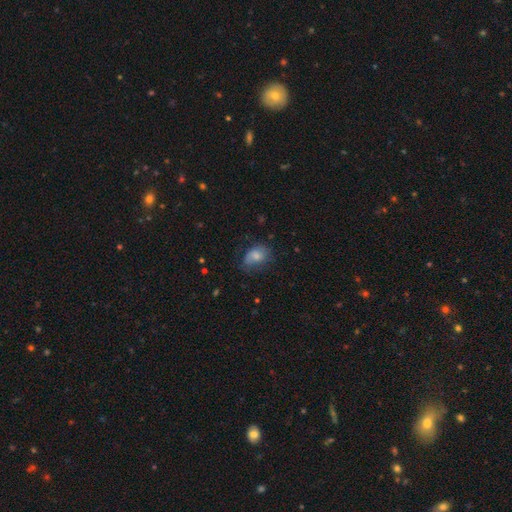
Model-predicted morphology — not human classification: Smooth or featured?
  - smooth: 69% *
  - featured or disk: 22%
  - star or artifact: 9%
How rounded?
  - in between: 73% *
  - round: 25%
  - cigar-shaped: 1%
Merging?
  - none: 49% *
  - minor disturbance: 32%
  - major disturbance: 17%
  - merger: 2%